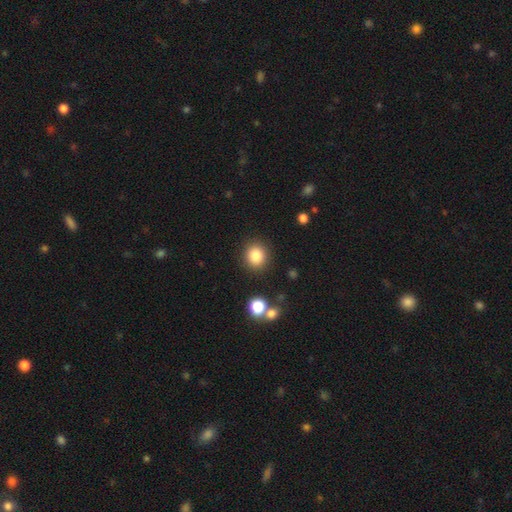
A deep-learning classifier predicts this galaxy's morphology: smooth-or-featured: smooth: 84% | star or artifact: 11% | featured or disk: 6%
  how-rounded: round: 86% | in between: 13% | cigar-shaped: 1%
  merging: none: 88% | minor disturbance: 7% | major disturbance: 3% | merger: 3%